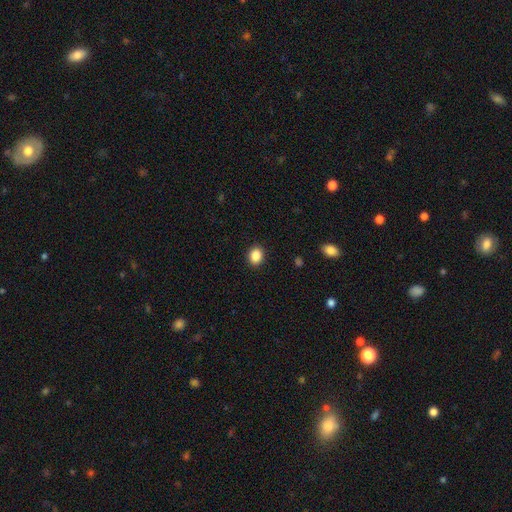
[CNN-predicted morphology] smooth_or_featured: smooth (p=0.88) [alt: star or artifact p=0.09]
how_rounded: in between (p=0.50) [alt: round p=0.49]
merging: none (p=0.91) [alt: minor disturbance p=0.06]